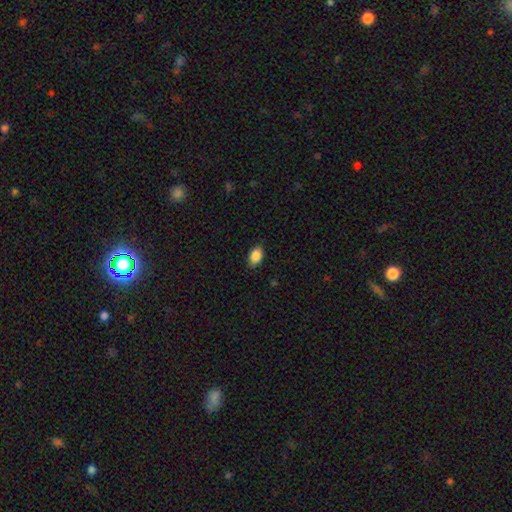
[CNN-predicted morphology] A smooth galaxy with no disk features (88%) that is in between round and cigar-shaped (88%).

Vote fractions:
- Smooth or featured? smooth: 88% / star or artifact: 8% / featured or disk: 4%
- How rounded? in between: 88% / round: 10% / cigar-shaped: 2%
- Merging? none: 85% / minor disturbance: 11% / major disturbance: 2% / merger: 1%